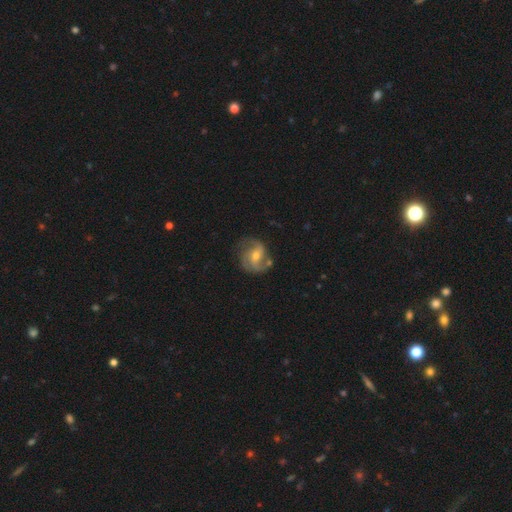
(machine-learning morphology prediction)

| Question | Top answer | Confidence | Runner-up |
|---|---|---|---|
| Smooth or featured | featured or disk | 81% | smooth (12%) |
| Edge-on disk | no | 98% | yes (2%) |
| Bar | weak | 45% | no (40%) |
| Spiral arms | yes | 95% | no (5%) |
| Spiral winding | medium | 51% | loose (25%) |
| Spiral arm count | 2 | 52% | 3 (28%) |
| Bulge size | moderate | 57% | small (38%) |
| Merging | none | 65% | minor disturbance (20%) |